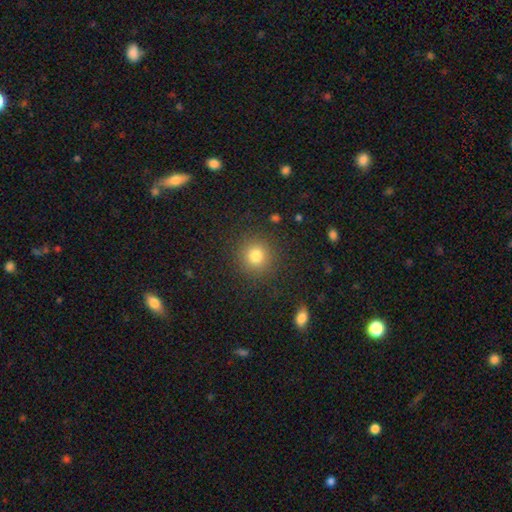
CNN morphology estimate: Q: Smooth or featured?
A: smooth (79%); runner-up: star or artifact (13%)
Q: How rounded?
A: round (92%); runner-up: in between (7%)
Q: Merging?
A: none (89%); runner-up: minor disturbance (7%)